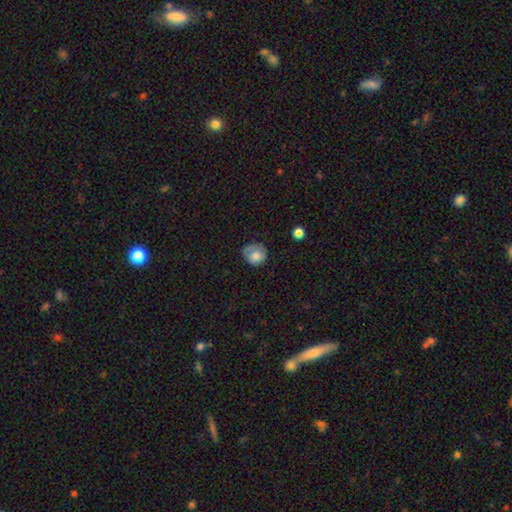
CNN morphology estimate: type=smooth (72%); roundness=round (78%); merging=none (58%).